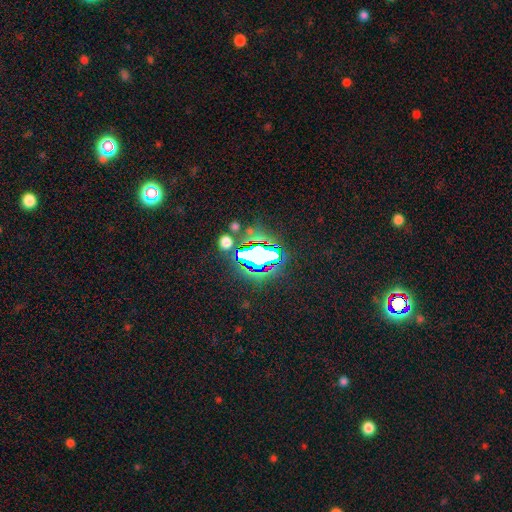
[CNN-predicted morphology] smooth-or-featured: star or artifact: 70% | smooth: 18% | featured or disk: 12%